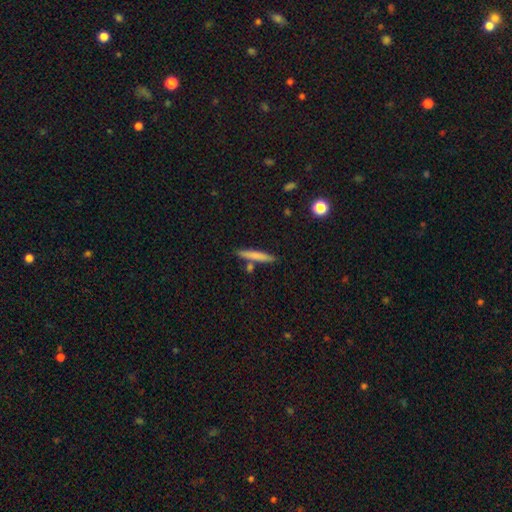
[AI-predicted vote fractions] The model was most divided on "smooth or featured": smooth: 74%, featured or disk: 20%, star or artifact: 6%. More confident: how rounded — cigar-shaped (93%); merging — none (79%).